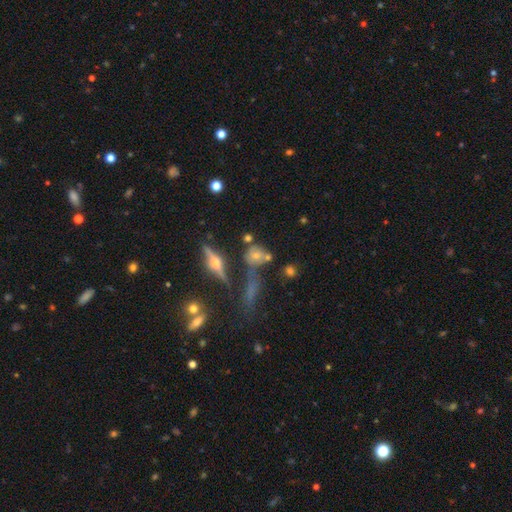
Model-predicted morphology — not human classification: Smooth or featured? Predicted: smooth (p=0.42). Merging? Predicted: none (p=0.63).